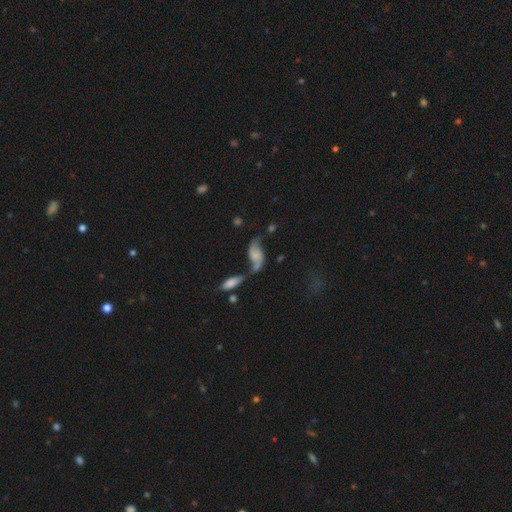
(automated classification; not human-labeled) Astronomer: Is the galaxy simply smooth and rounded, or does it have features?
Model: featured or disk — 67%.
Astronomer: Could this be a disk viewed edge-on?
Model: no — 93%.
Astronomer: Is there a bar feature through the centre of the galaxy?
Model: no — 63%.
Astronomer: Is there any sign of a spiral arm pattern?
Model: yes — 88%.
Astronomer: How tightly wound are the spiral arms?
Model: loose — 85%.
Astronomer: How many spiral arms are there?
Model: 2 — 90%.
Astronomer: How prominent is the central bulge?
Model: none — 48% (runner-up: small, 24%).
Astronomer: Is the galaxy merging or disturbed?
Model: merger — 38% (runner-up: none, 33%).